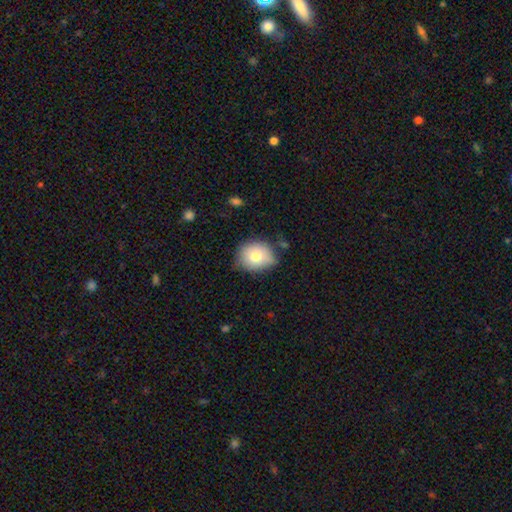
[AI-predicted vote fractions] smooth 76%, featured or disk 15%, star or artifact 9%. Down the decision tree: how rounded — round (69%); merging — none (63%).